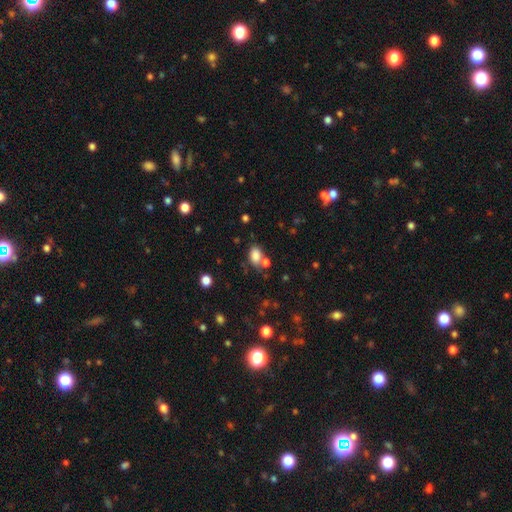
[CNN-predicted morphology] Overall: smooth (83%). How rounded: in between (81%). Merging: none (56%; merger 23%).